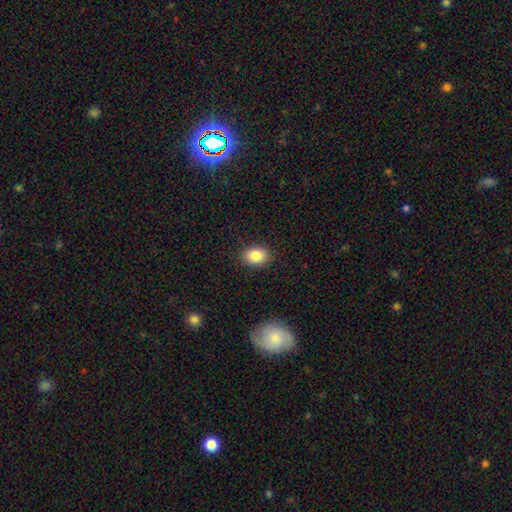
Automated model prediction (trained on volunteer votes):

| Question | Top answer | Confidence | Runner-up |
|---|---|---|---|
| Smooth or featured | smooth | 86% | star or artifact (8%) |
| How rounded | in between | 71% | round (28%) |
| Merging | none | 87% | minor disturbance (9%) |